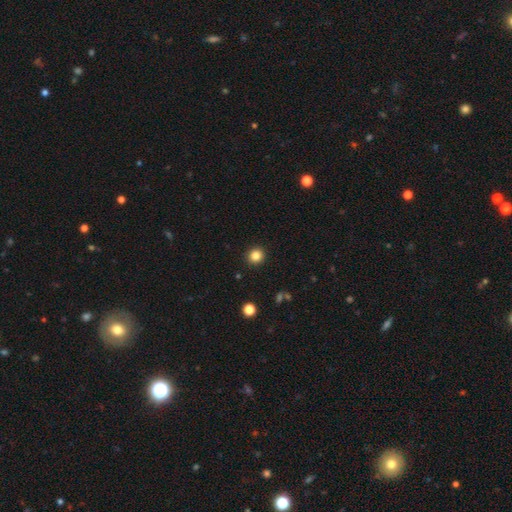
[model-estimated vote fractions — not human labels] Q: Smooth or featured?
A: smooth (84%); runner-up: star or artifact (11%)
Q: How rounded?
A: round (90%); runner-up: in between (9%)
Q: Merging?
A: none (92%); runner-up: minor disturbance (5%)